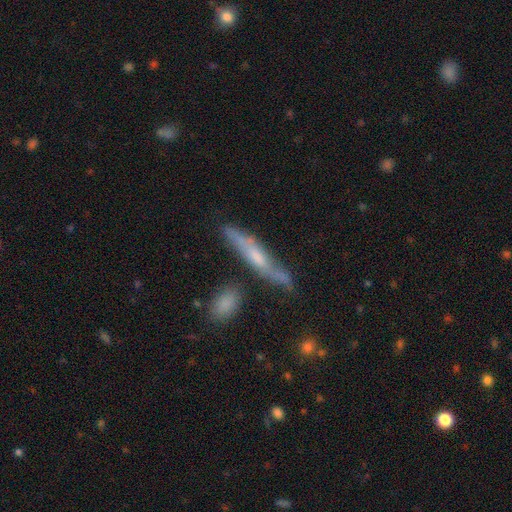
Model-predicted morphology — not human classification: A featured or disk galaxy (62%) viewed edge-on (82%) with a rounded central bulge (71%).

Vote fractions:
- Smooth or featured? featured or disk: 62% / smooth: 29% / star or artifact: 9%
- Edge-on disk? yes: 82% / no: 18%
- Edge-on bulge? rounded: 71% / none: 21% / boxy: 8%
- Merging? none: 73% / minor disturbance: 16% / merger: 6% / major disturbance: 4%